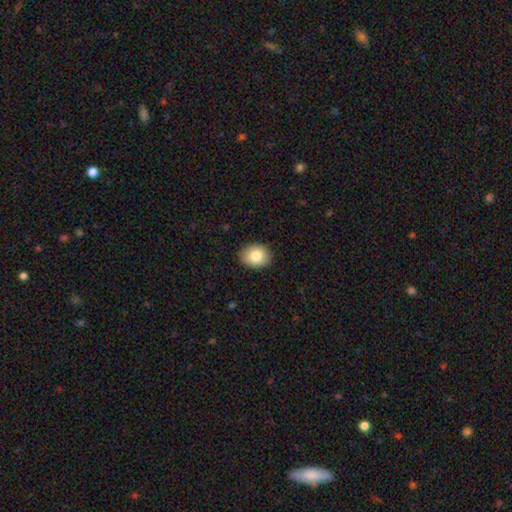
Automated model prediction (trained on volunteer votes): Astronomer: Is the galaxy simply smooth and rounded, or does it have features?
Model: smooth — 82%.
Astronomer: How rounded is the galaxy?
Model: in between — 51% (runner-up: round, 48%).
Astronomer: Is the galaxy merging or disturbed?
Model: none — 90%.